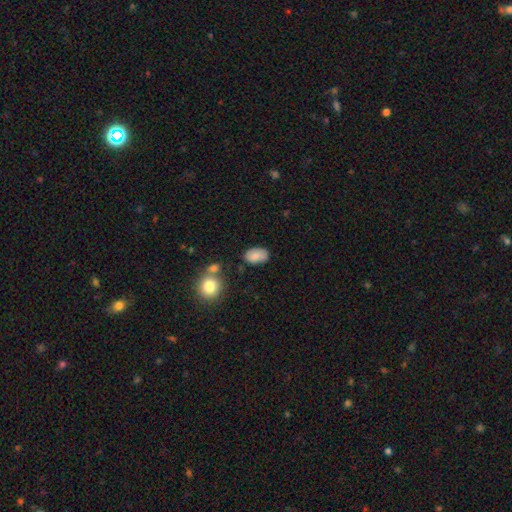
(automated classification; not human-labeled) Overall: smooth (83%). How rounded: in between (91%). Merging: none (71%).